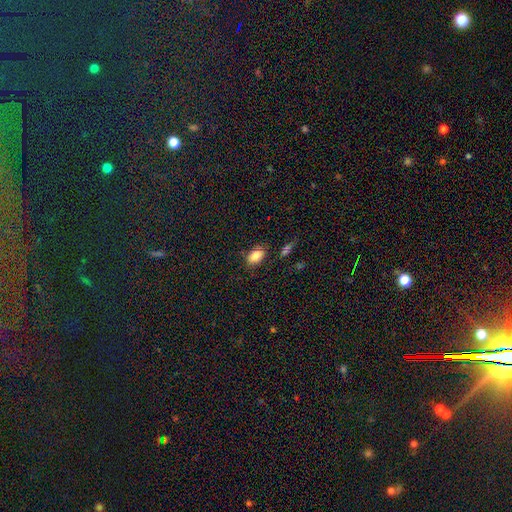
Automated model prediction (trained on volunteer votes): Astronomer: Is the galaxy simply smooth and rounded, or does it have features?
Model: smooth — 84%.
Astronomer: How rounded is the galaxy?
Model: in between — 89%.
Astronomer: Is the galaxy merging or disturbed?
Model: none — 77%.